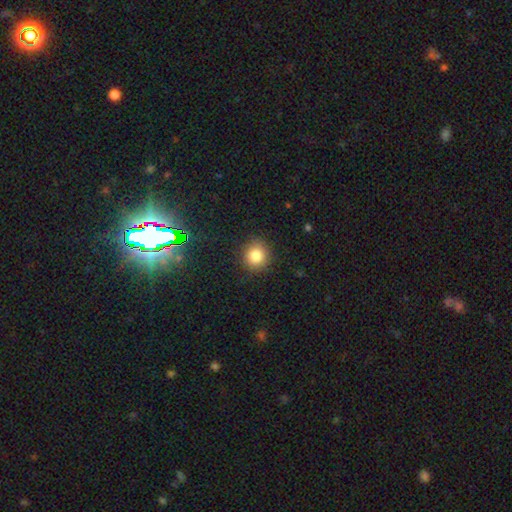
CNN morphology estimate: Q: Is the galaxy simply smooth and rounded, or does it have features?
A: smooth — 83%.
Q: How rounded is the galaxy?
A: round — 87%.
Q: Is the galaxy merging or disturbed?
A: none — 88%.